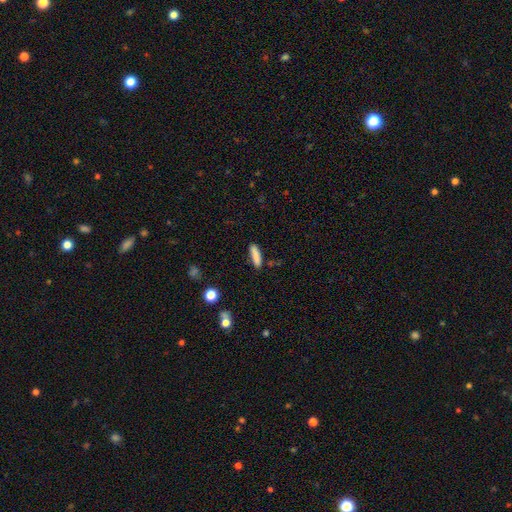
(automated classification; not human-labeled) Smooth or featured?
  - smooth: 86% *
  - star or artifact: 7%
  - featured or disk: 7%
How rounded?
  - cigar-shaped: 71% *
  - in between: 27%
  - round: 2%
Merging?
  - none: 84% *
  - minor disturbance: 11%
  - major disturbance: 2%
  - merger: 2%